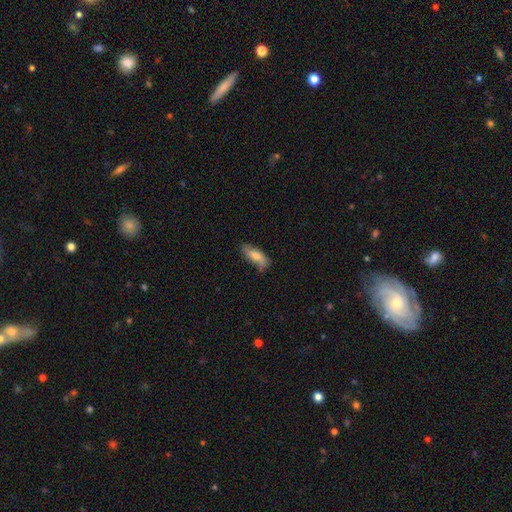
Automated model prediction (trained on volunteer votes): smooth_or_featured: smooth (p=0.69) [alt: featured or disk p=0.25]
how_rounded: in between (p=0.74) [alt: cigar-shaped p=0.24]
merging: none (p=0.65) [alt: minor disturbance p=0.27]